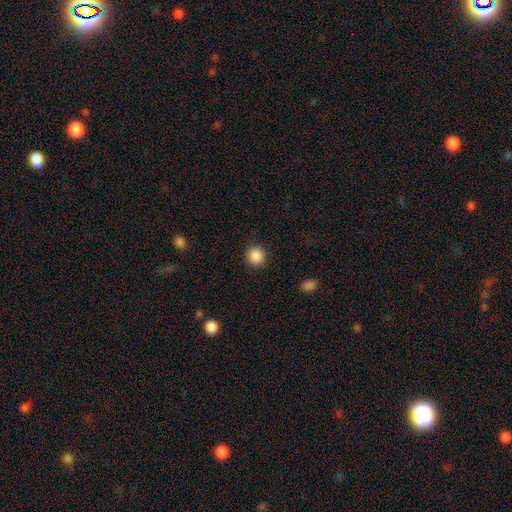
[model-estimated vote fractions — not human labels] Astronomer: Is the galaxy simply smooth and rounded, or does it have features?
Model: smooth — 88%.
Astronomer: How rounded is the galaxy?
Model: round — 93%.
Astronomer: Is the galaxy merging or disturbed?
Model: none — 90%.